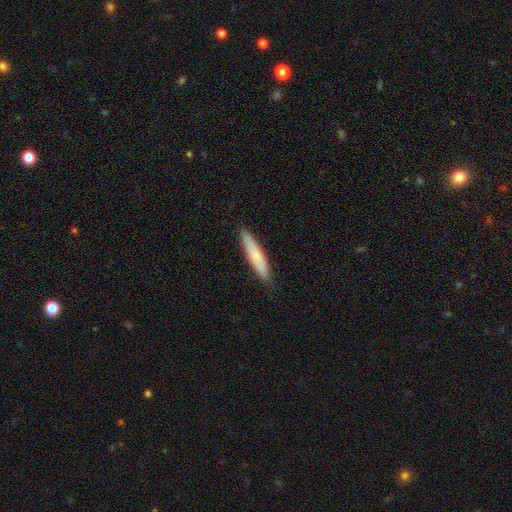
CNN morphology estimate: The model was most divided on "smooth or featured": smooth: 73%, featured or disk: 22%, star or artifact: 5%. More confident: merging — none (87%); how rounded — cigar-shaped (86%).